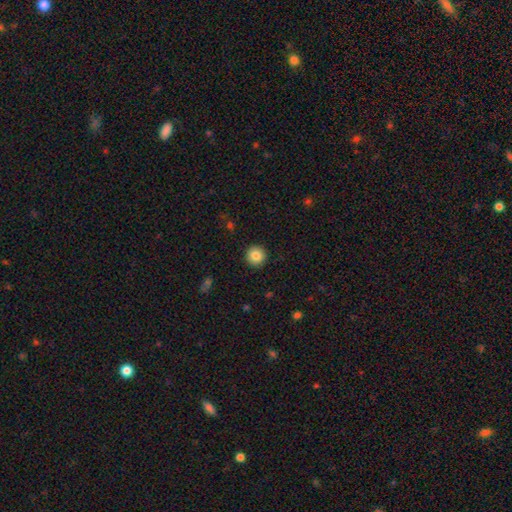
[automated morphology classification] The model was most divided on "smooth or featured": smooth: 85%, star or artifact: 9%, featured or disk: 6%. More confident: how rounded — round (95%); merging — none (92%).